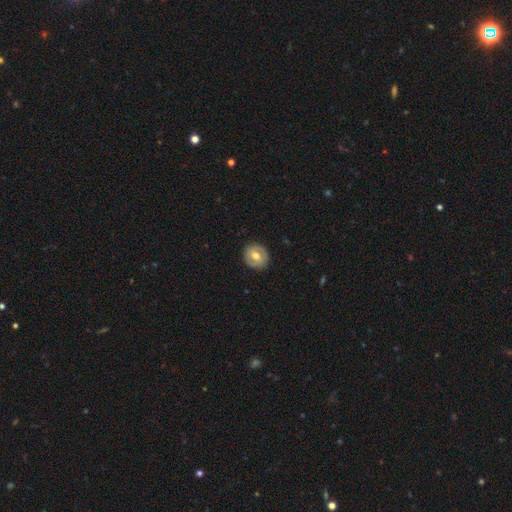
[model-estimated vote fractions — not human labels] The model was most divided on "smooth or featured": smooth: 52%, featured or disk: 41%, star or artifact: 7%. More confident: merging — none (88%); how rounded — round (83%).